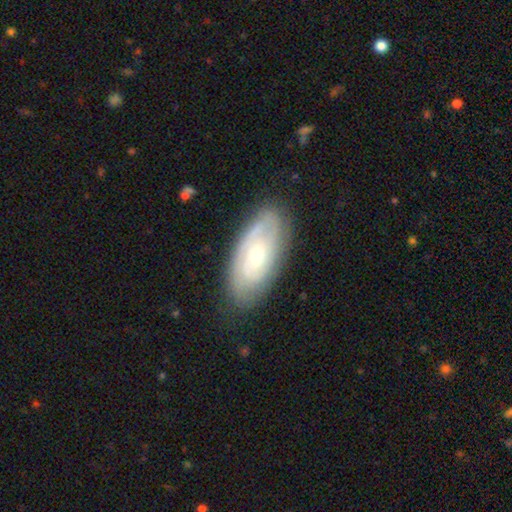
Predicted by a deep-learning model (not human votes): smooth-or-featured: featured or disk: 67% | smooth: 27% | star or artifact: 6%
  disk-edge-on: no: 90% | yes: 10%
    bar: no: 71% | weak: 24% | strong: 4%
    has-spiral-arms: yes: 81% | no: 19%
    bulge-size: moderate: 51% | small: 44% | large: 3% | none: 1% | dominant: 1%
  merging: none: 79% | minor disturbance: 16% | major disturbance: 4% | merger: 1%